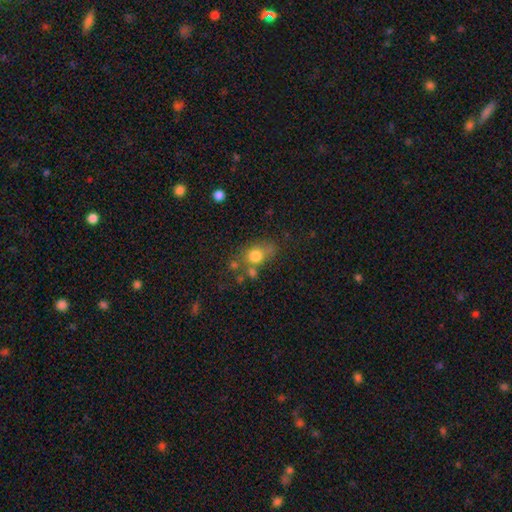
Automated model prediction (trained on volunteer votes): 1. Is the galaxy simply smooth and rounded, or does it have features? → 75% smooth, 12% featured or disk, 12% star or artifact.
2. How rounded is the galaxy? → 56% round, 42% in between, 2% cigar-shaped.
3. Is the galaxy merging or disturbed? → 46% none, 21% minor disturbance, 20% merger, 12% major disturbance.